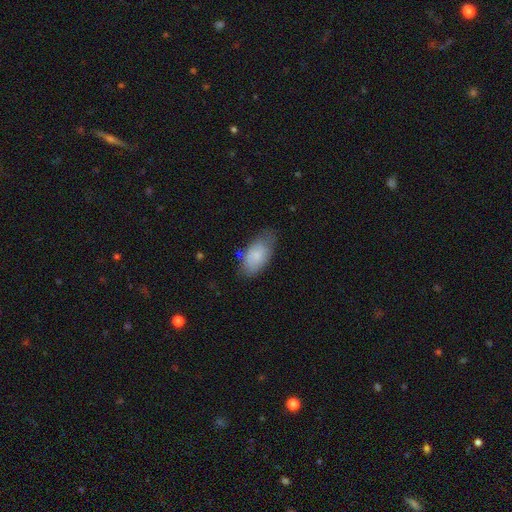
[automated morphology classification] The model was most divided on "merging": none: 58%, minor disturbance: 31%, major disturbance: 8%, merger: 3%. More confident: how rounded — in between (94%); smooth or featured — smooth (82%).